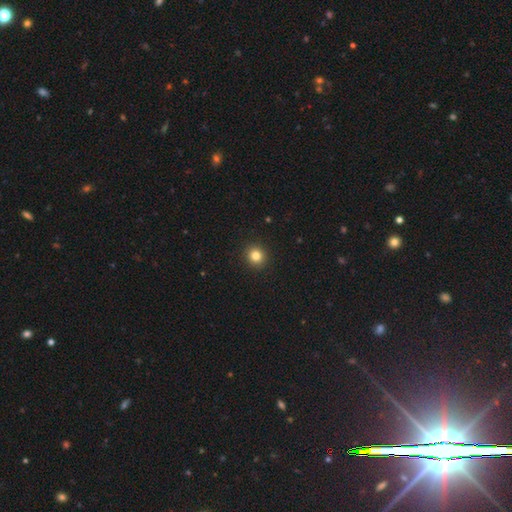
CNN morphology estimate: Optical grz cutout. It shows a smooth galaxy with no disk features (82%) that is round (91%). Merging: none (93%).